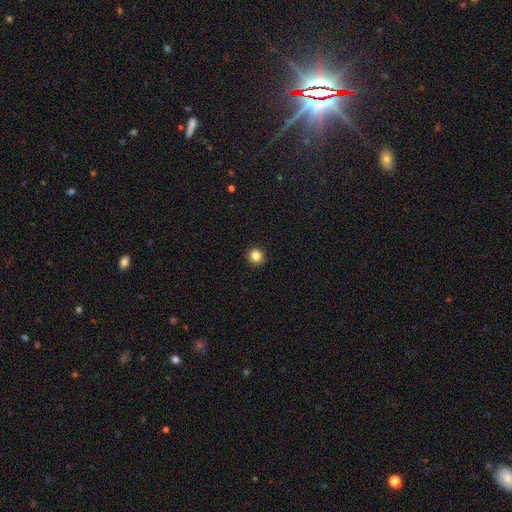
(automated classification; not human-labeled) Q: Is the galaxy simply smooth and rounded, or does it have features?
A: smooth — 84%.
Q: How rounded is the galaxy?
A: round — 90%.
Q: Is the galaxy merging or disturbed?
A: none — 92%.